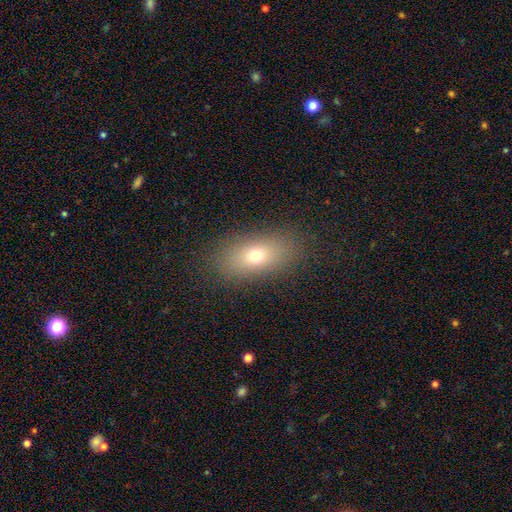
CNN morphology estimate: Overall: smooth (68%). How rounded: in between (80%). Merging: none (85%).